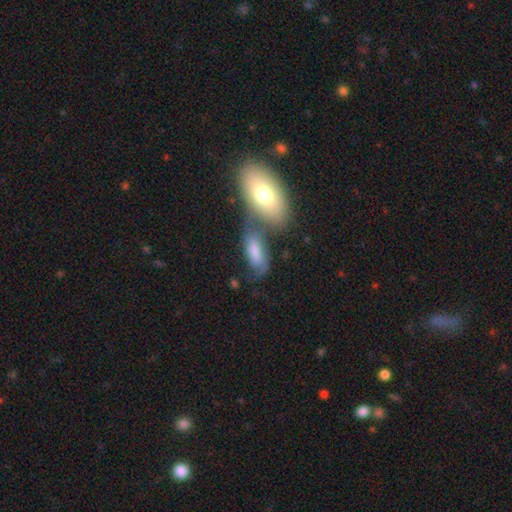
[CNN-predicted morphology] This appears to be a smooth galaxy with no disk features (57%) that is in between round and cigar-shaped (85%). Merging: none (39%).